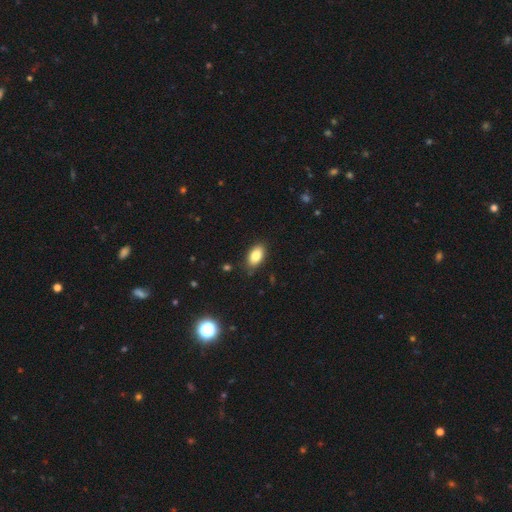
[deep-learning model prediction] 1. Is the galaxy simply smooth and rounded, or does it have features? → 84% smooth, 8% star or artifact, 8% featured or disk.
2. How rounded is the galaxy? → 92% in between, 6% round, 2% cigar-shaped.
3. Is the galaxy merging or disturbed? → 84% none, 12% minor disturbance, 2% major disturbance, 1% merger.